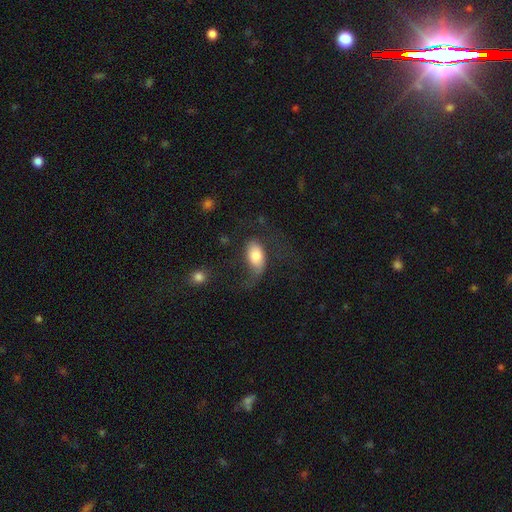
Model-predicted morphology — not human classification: type=smooth (66%); roundness=in between (92%); merging=none (44%).